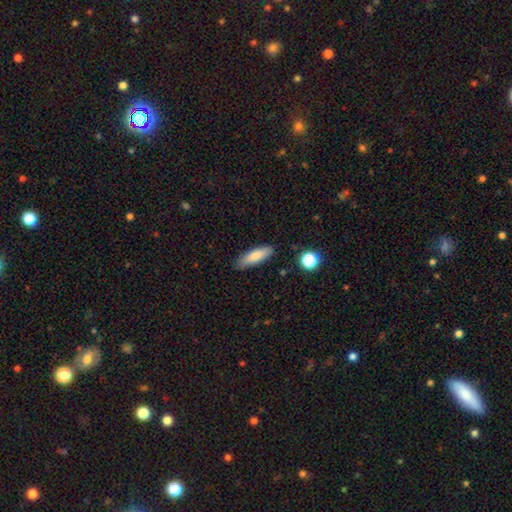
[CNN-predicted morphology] A smooth galaxy with no disk features (82%) that is in between round and cigar-shaped (51%). Merging: none (84%).